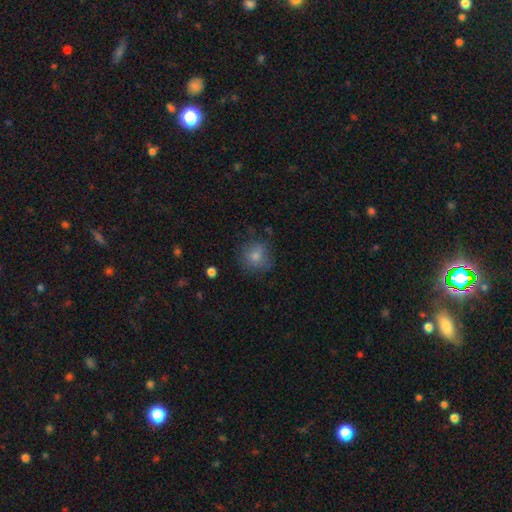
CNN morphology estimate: Smooth or featured? Predicted: smooth (p=0.79). How rounded? Predicted: round (p=0.85). Merging? Predicted: none (p=0.71).